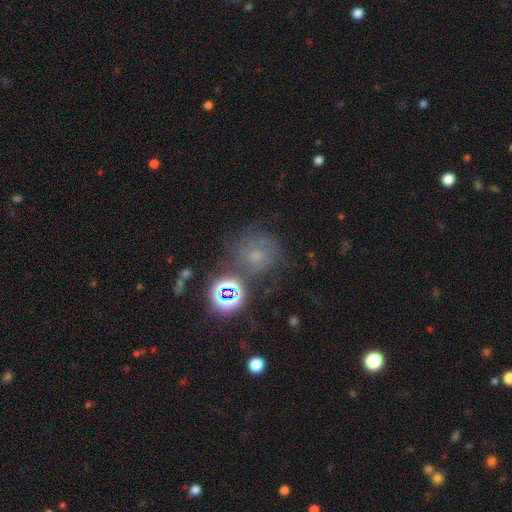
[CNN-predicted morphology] This appears to be a smooth galaxy with no disk features (43%). Merging: none (61%).